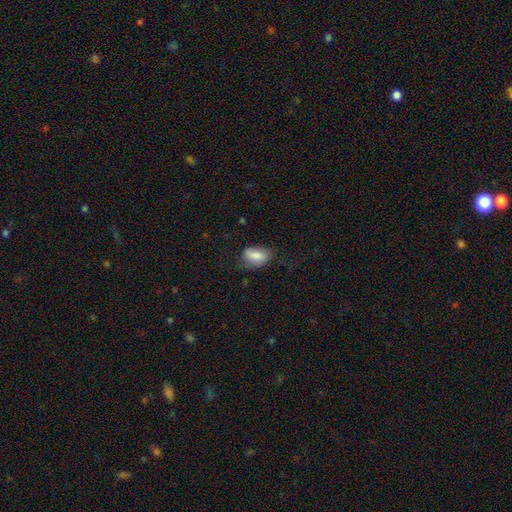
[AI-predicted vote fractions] Q: Smooth or featured?
A: smooth (80%); runner-up: featured or disk (13%)
Q: How rounded?
A: in between (90%); runner-up: round (8%)
Q: Merging?
A: none (56%); runner-up: minor disturbance (29%)